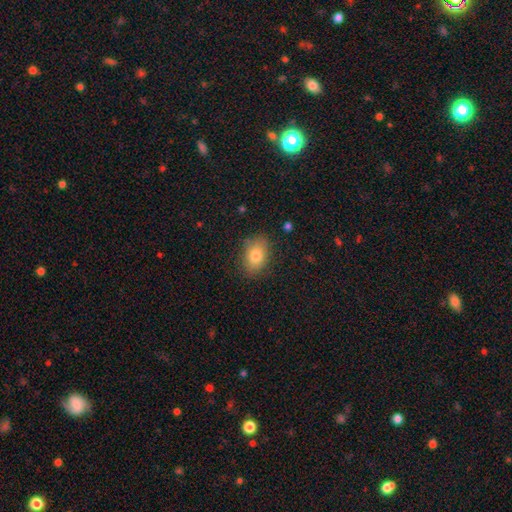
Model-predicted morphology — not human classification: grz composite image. It shows a smooth galaxy with no disk features (80%) that is in between round and cigar-shaped (76%). Merging: none (82%).